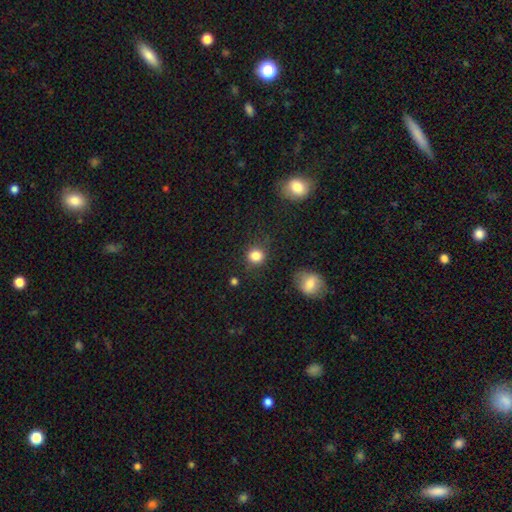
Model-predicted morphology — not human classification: Overall: smooth (84%). How rounded: round (85%). Merging: none (81%).